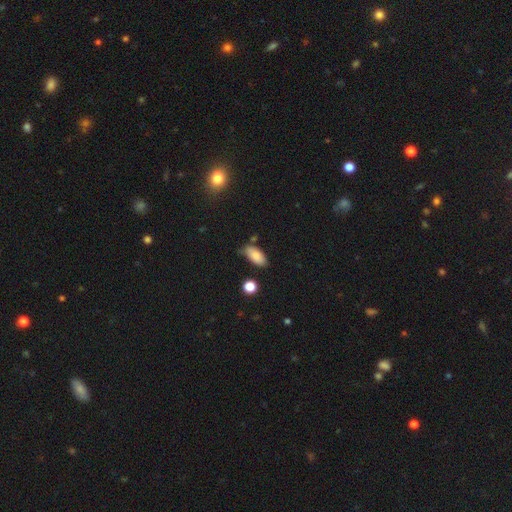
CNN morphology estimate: Smooth or featured? Predicted: smooth (p=0.84). How rounded? Predicted: in between (p=0.89). Merging? Predicted: none (p=0.66).